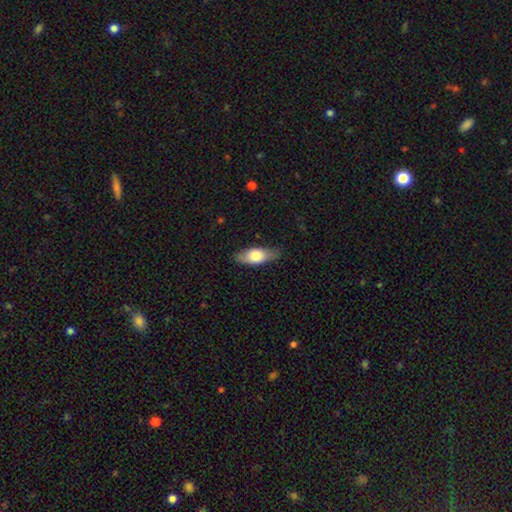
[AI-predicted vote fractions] This appears to be a smooth galaxy with no disk features (68%) that is in between round and cigar-shaped (78%). Merging: none (77%).